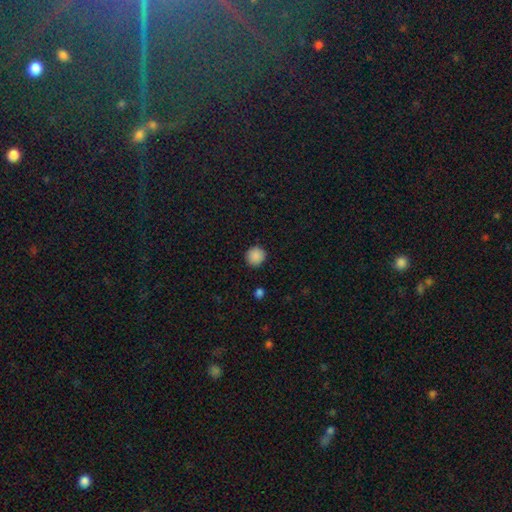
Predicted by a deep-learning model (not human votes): Smooth or featured? smooth (88%)
How rounded? round (93%)
Merging? none (89%)